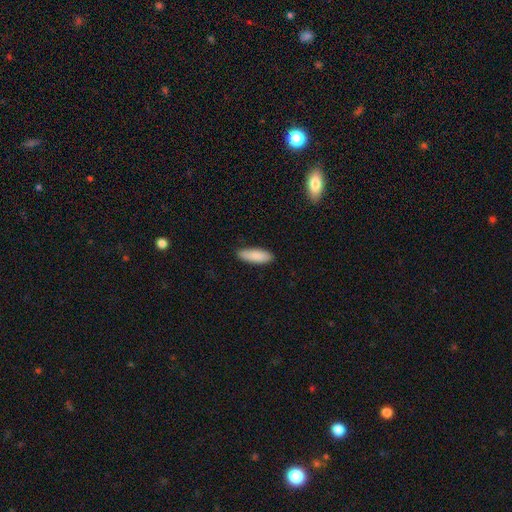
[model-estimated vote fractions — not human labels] smooth-or-featured: smooth: 89% | featured or disk: 6% | star or artifact: 6%
  how-rounded: in between: 62% | cigar-shaped: 36% | round: 2%
  merging: none: 87% | minor disturbance: 10% | major disturbance: 2% | merger: 1%